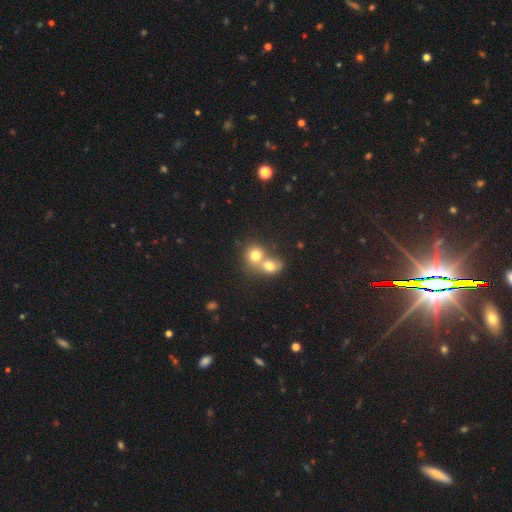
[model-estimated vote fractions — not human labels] smooth_or_featured: smooth (p=0.75) [alt: featured or disk p=0.14]
how_rounded: round (p=0.74) [alt: in between p=0.25]
merging: merger (p=0.65) [alt: none p=0.27]